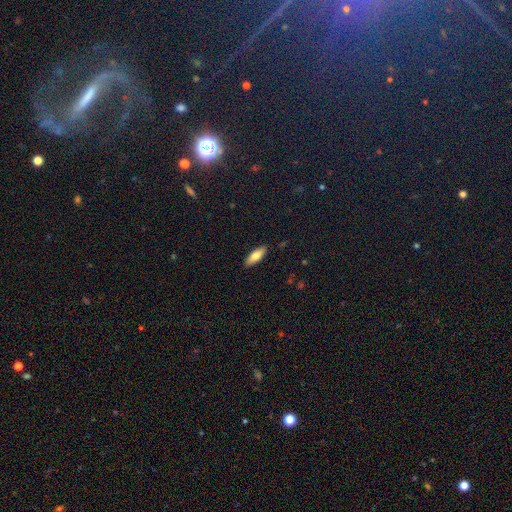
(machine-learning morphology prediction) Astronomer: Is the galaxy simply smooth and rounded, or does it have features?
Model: smooth — 71%.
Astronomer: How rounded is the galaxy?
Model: in between — 59% (runner-up: cigar-shaped, 38%).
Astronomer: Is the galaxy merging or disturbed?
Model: none — 89%.